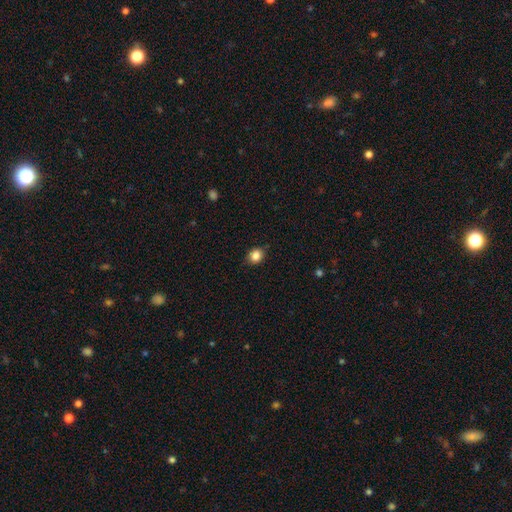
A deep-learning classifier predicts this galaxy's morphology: smooth-or-featured: smooth: 85% | star or artifact: 10% | featured or disk: 5%
  how-rounded: round: 63% | in between: 36% | cigar-shaped: 1%
  merging: none: 85% | minor disturbance: 12% | major disturbance: 2% | merger: 1%